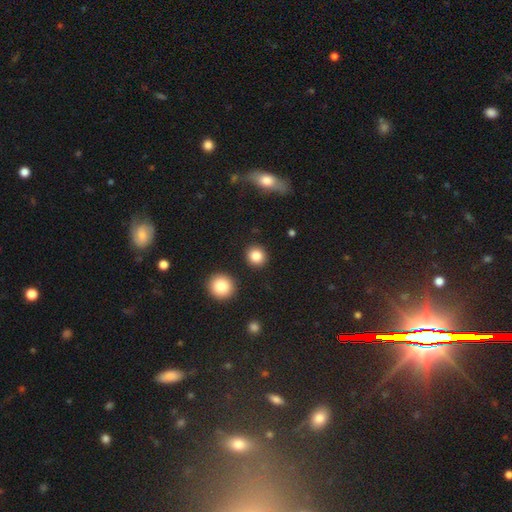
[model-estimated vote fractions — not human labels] Smooth or featured? Predicted: smooth (p=0.84). How rounded? Predicted: round (p=0.88). Merging? Predicted: none (p=0.89).